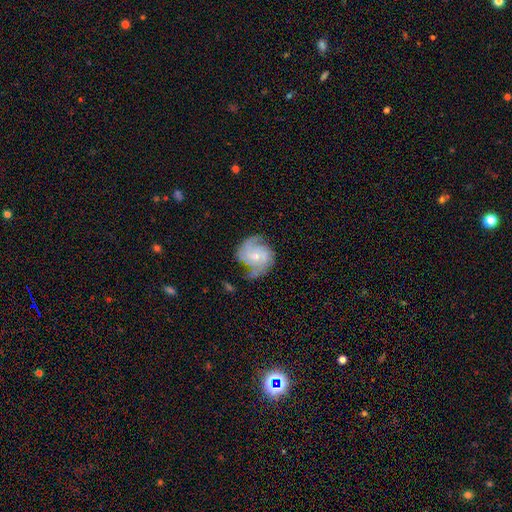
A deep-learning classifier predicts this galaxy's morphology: Q: Smooth or featured?
A: featured or disk (84%); runner-up: smooth (10%)
Q: Edge-on disk?
A: no (98%); runner-up: yes (2%)
Q: Bar?
A: no (67%); runner-up: weak (28%)
Q: Spiral arms?
A: yes (96%); runner-up: no (4%)
Q: Spiral winding?
A: medium (45%); runner-up: tight (39%)
Q: Spiral arm count?
A: 2 (49%); runner-up: 3 (24%)
Q: Bulge size?
A: small (64%); runner-up: moderate (31%)
Q: Merging?
A: none (62%); runner-up: minor disturbance (24%)